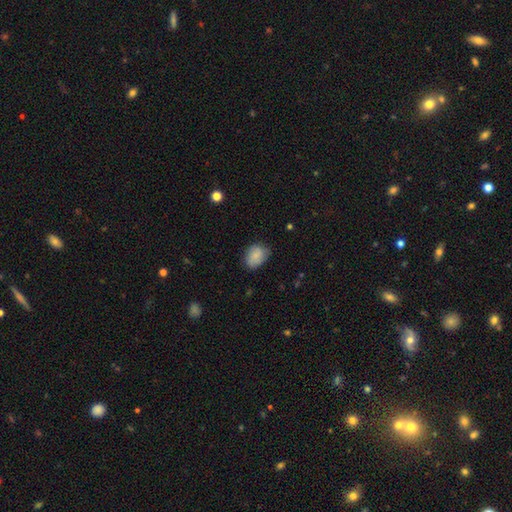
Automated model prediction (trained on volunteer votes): Smooth or featured? smooth (80%)
How rounded? in between (71%)
Merging? none (67%)